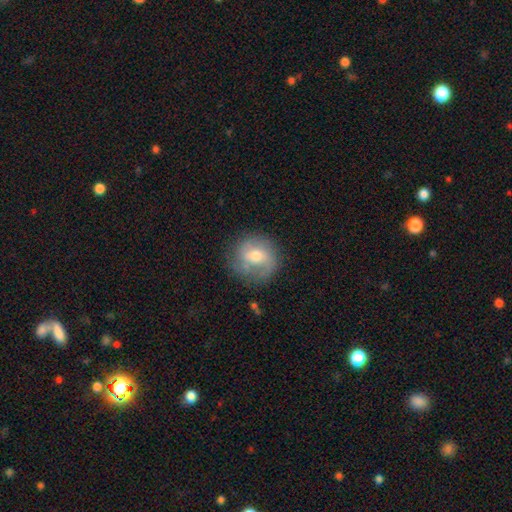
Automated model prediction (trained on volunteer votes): smooth_or_featured: featured or disk (p=0.53) [alt: smooth p=0.39]
disk_edge_on: no (p=0.97) [alt: yes p=0.03]
bar: no (p=0.52) [alt: weak p=0.38]
has_spiral_arms: yes (p=0.76) [alt: no p=0.24]
bulge_size: moderate (p=0.64) [alt: small p=0.29]
merging: none (p=0.71) [alt: minor disturbance p=0.19]